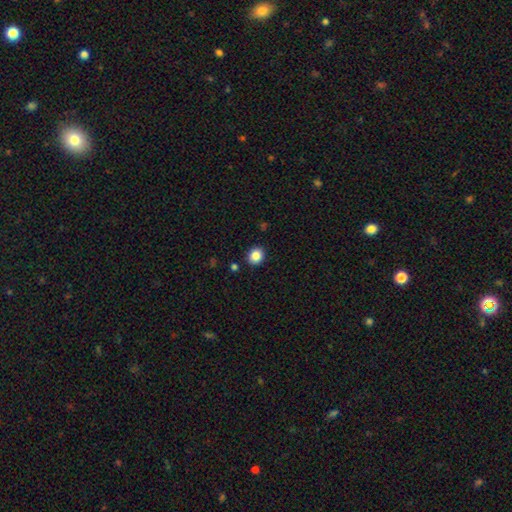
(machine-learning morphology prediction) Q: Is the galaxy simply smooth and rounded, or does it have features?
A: smooth — 86%.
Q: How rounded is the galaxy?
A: round — 75%.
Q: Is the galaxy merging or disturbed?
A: none — 90%.